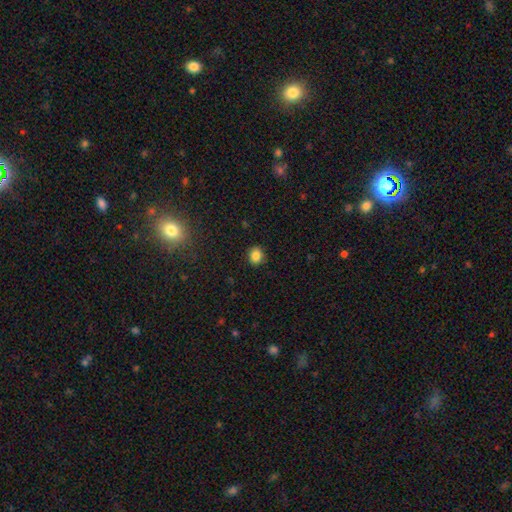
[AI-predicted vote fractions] smooth_or_featured: smooth (p=0.84) [alt: star or artifact p=0.11]
how_rounded: round (p=0.68) [alt: in between p=0.31]
merging: none (p=0.89) [alt: minor disturbance p=0.08]